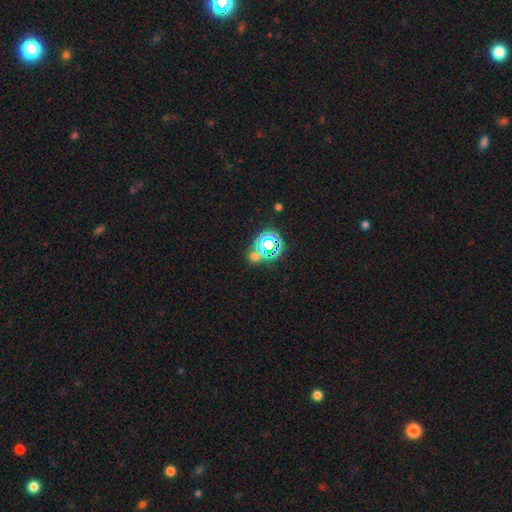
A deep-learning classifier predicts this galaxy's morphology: Smooth or featured: star or artifact — 52% (smooth — 39%)